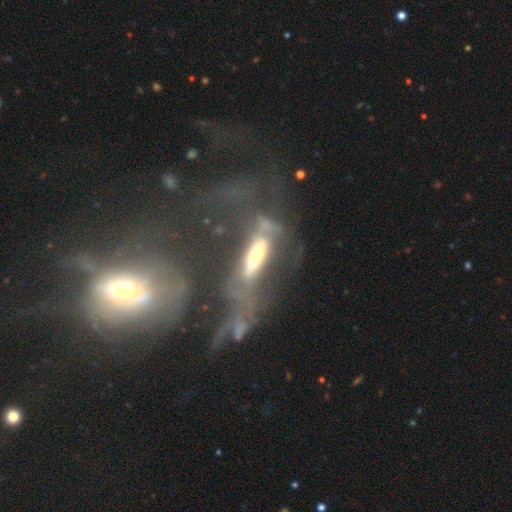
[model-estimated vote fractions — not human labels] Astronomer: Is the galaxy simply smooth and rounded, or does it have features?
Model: featured or disk — 66%.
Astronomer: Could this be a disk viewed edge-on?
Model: no — 68%.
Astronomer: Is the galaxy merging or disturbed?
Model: merger — 43% (runner-up: major disturbance, 32%).